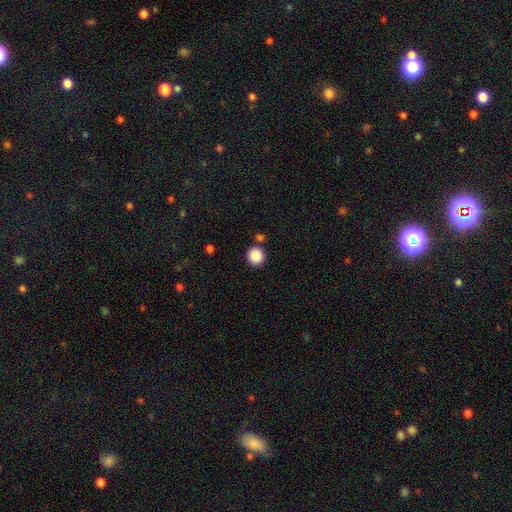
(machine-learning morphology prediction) The model was most divided on "merging": none: 84%, minor disturbance: 7%, merger: 7%, major disturbance: 3%. More confident: how rounded — round (91%); smooth or featured — smooth (88%).